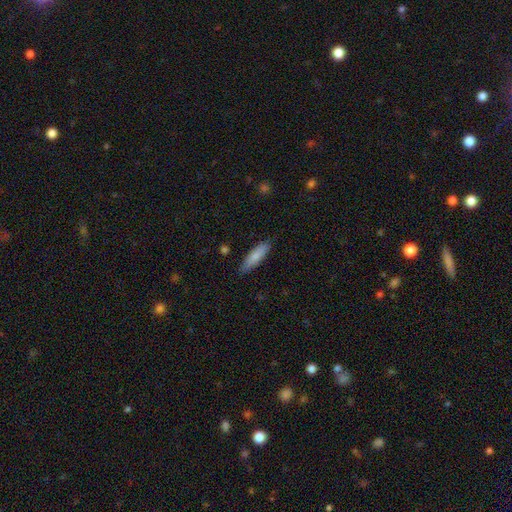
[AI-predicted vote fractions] This is clearly a smooth galaxy (82%). How rounded: likely cigar-shaped (66%). Merging: clearly none (85%).